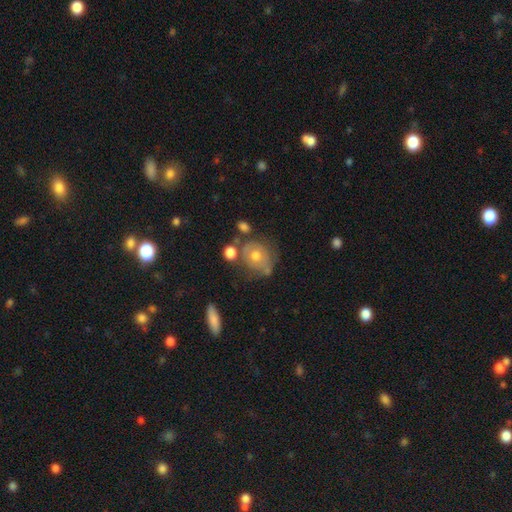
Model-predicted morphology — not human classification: A smooth galaxy with no disk features (49%). Merging: none (53%).